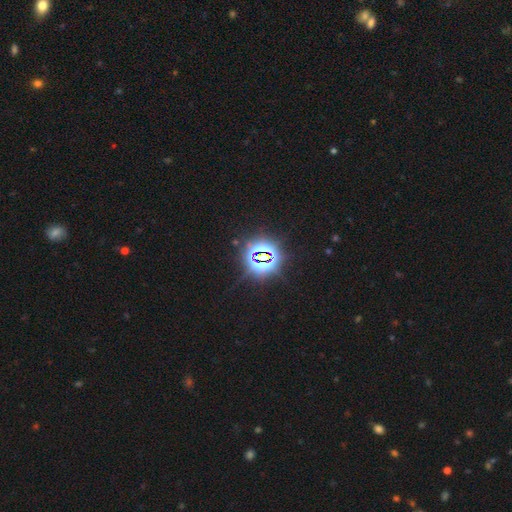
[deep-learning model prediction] Overall: star or artifact (81%).